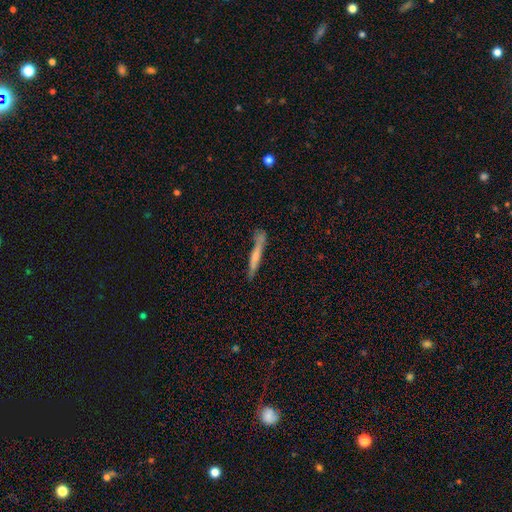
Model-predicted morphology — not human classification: Smooth or featured?
  - smooth: 59% *
  - featured or disk: 35%
  - star or artifact: 7%
How rounded?
  - cigar-shaped: 95% *
  - in between: 3%
  - round: 1%
Merging?
  - none: 73% *
  - minor disturbance: 18%
  - major disturbance: 5%
  - merger: 5%